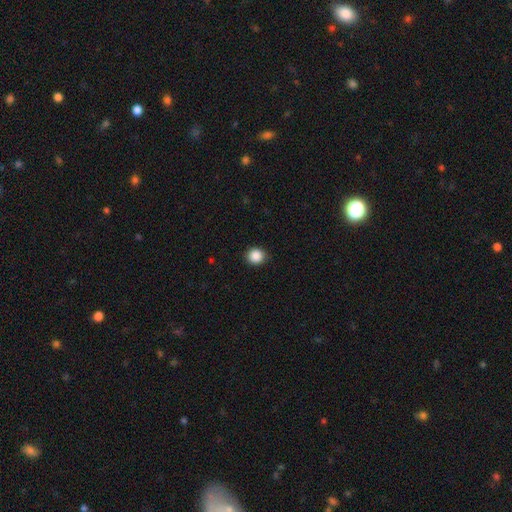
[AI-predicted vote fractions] This is clearly a smooth galaxy (88%). How rounded: clearly round (87%). Merging: clearly none (90%).